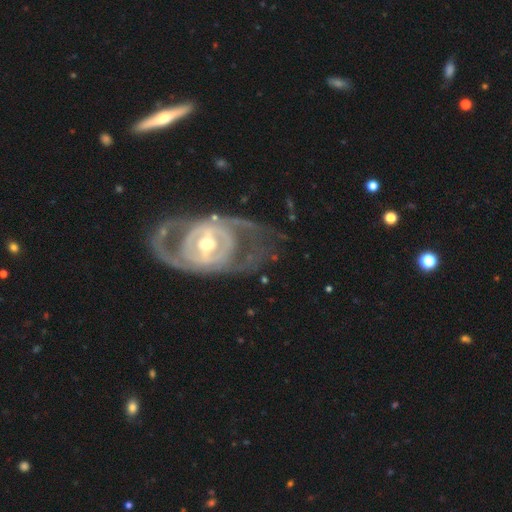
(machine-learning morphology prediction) This appears to be a featured or disk galaxy (85%) with no bar (45%), 2 (42%) tight (58%) spiral arms (88%) and a small central bulge (51%). Merging: none (60%).